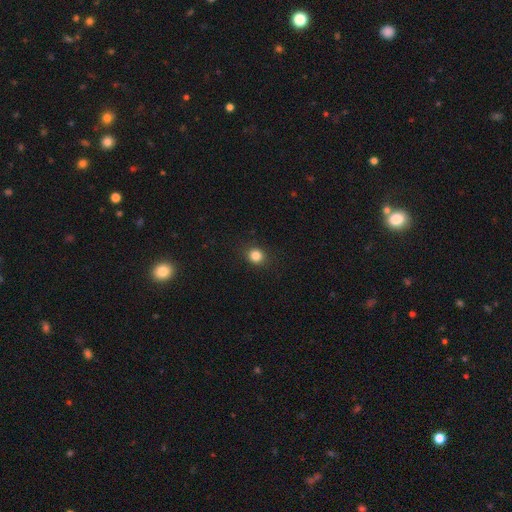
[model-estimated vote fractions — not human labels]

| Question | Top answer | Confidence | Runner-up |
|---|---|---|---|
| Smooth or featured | smooth | 83% | star or artifact (12%) |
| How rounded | round | 86% | in between (13%) |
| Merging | none | 90% | minor disturbance (7%) |